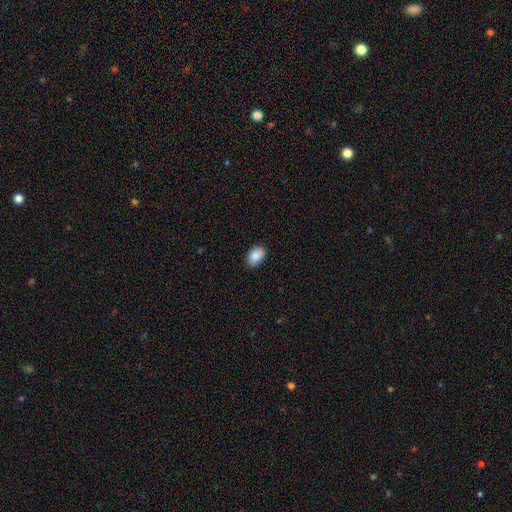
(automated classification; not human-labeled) This appears to be a smooth galaxy with no disk features (88%) that is in between round and cigar-shaped (88%). Merging: none (88%).